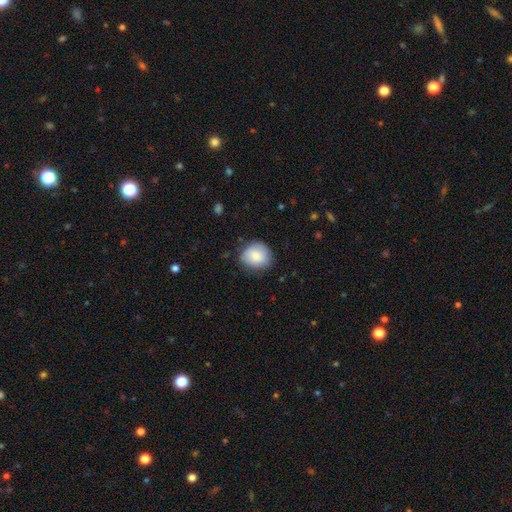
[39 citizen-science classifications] Q: Smooth or featured?
A: smooth (85%); runner-up: featured or disk (10%)
Q: How rounded?
A: round (88%); runner-up: in between (12%)
Q: Merging?
A: none (73%); runner-up: minor disturbance (24%)